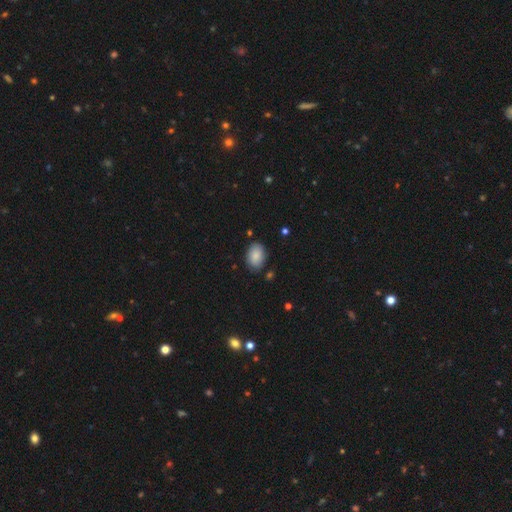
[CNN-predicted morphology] smooth_or_featured: smooth (p=0.86) [alt: featured or disk p=0.07]
how_rounded: in between (p=0.84) [alt: round p=0.15]
merging: none (p=0.81) [alt: minor disturbance p=0.14]